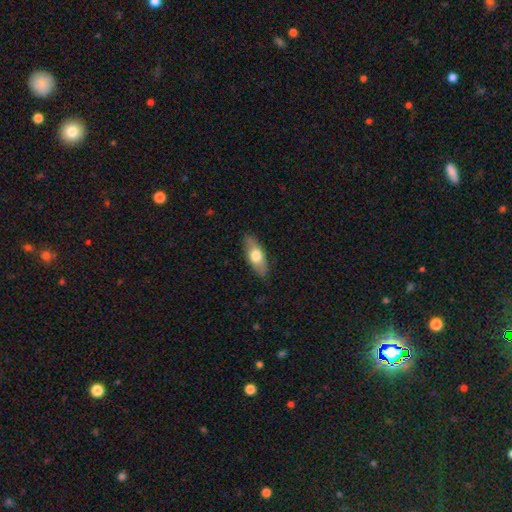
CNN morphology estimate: smooth-or-featured: smooth: 64% | featured or disk: 30% | star or artifact: 6%
  how-rounded: in between: 74% | cigar-shaped: 23% | round: 3%
  merging: none: 86% | minor disturbance: 11% | major disturbance: 2% | merger: 1%